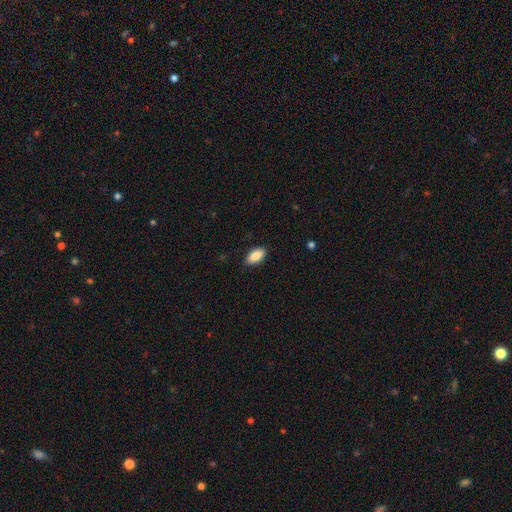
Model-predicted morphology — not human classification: Smooth or featured? smooth (88%)
How rounded? in between (93%)
Merging? none (87%)